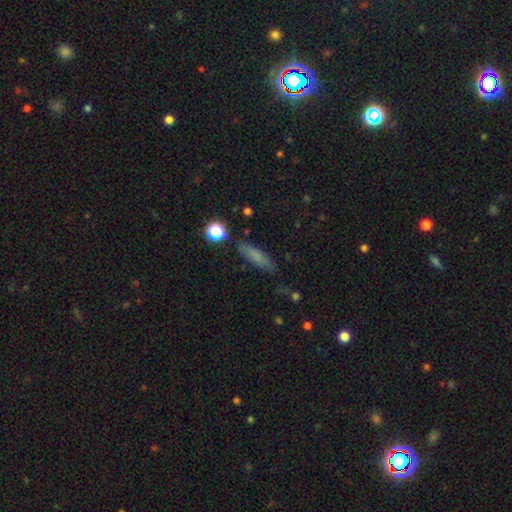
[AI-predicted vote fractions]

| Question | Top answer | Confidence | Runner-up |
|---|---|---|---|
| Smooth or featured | smooth | 73% | featured or disk (16%) |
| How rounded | cigar-shaped | 61% | in between (35%) |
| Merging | none | 77% | minor disturbance (15%) |